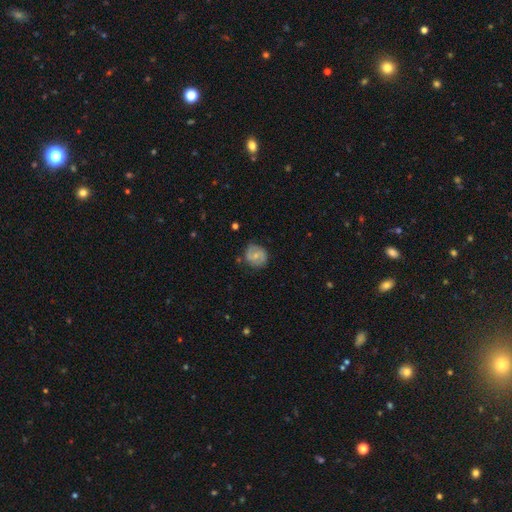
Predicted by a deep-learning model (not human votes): This is possibly a featured or disk galaxy (56%). It is clearly not viewed edge-on (97%). Bar: possibly weak (46%). Spiral arm pattern: clearly yes (81%). Central bulge: possibly small (54%). Merging: likely none (75%).